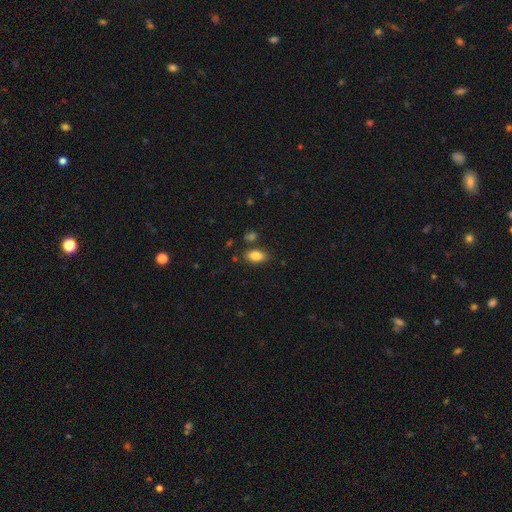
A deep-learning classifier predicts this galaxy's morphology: smooth_or_featured: smooth (p=0.85) [alt: star or artifact p=0.08]
how_rounded: in between (p=0.91) [alt: round p=0.06]
merging: none (p=0.80) [alt: minor disturbance p=0.12]